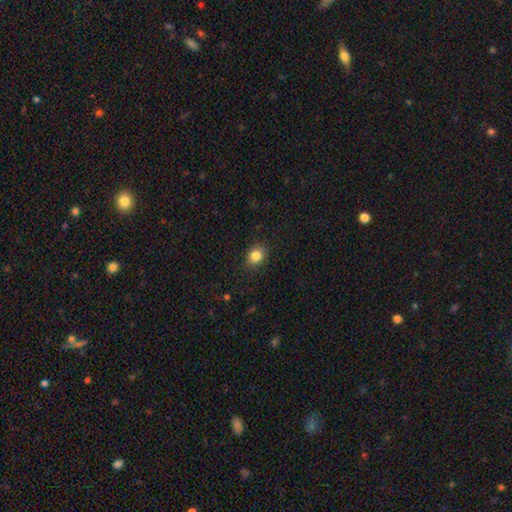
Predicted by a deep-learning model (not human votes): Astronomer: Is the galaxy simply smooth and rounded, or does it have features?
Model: smooth — 84%.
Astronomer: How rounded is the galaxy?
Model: round — 56% (runner-up: in between, 43%).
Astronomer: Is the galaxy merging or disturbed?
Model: none — 87%.